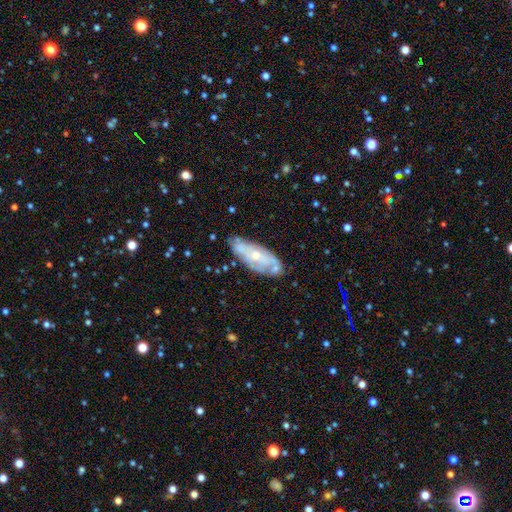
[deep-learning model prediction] Smooth or featured? Predicted: featured or disk (p=0.63). Edge-on disk? Predicted: no (p=0.83). Bar? Predicted: no (p=0.78). Spiral arms? Predicted: yes (p=0.57). Bulge size? Predicted: small (p=0.59). Merging? Predicted: none (p=0.64).